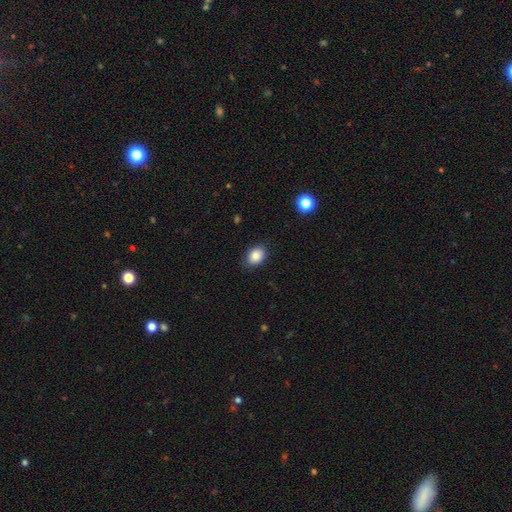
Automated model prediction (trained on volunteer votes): smooth 86%, star or artifact 9%, featured or disk 5%. Down the decision tree: how rounded — in between (66%); merging — none (83%).